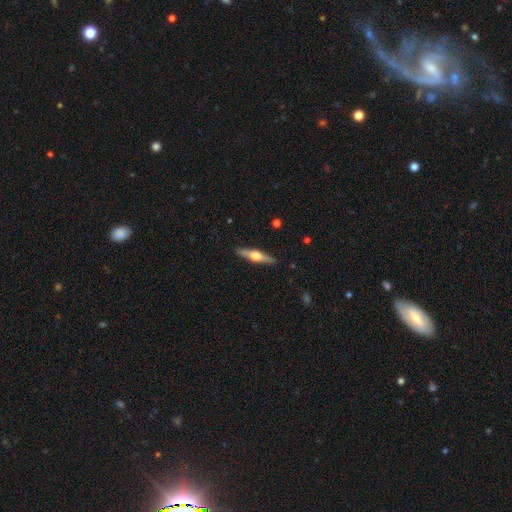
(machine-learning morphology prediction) smooth-or-featured: featured or disk: 67% | smooth: 27% | star or artifact: 5%
  disk-edge-on: yes: 97% | no: 3%
    edge-on-bulge: rounded: 94% | boxy: 4% | none: 2%
  merging: none: 90% | minor disturbance: 7% | major disturbance: 2% | merger: 1%